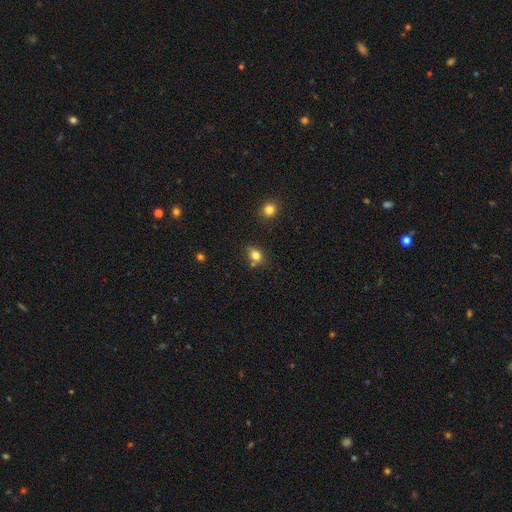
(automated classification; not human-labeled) smooth_or_featured: smooth (p=0.80) [alt: star or artifact p=0.12]
how_rounded: in between (p=0.55) [alt: round p=0.43]
merging: none (p=0.68) [alt: minor disturbance p=0.15]